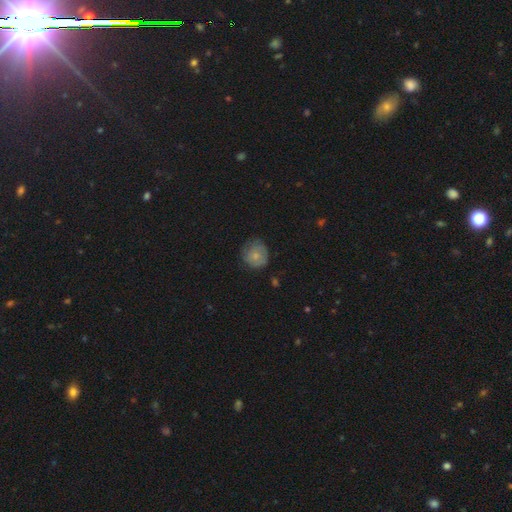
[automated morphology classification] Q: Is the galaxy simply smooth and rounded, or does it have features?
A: smooth — 74%.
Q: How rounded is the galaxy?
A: round — 86%.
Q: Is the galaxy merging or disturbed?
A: none — 67%.